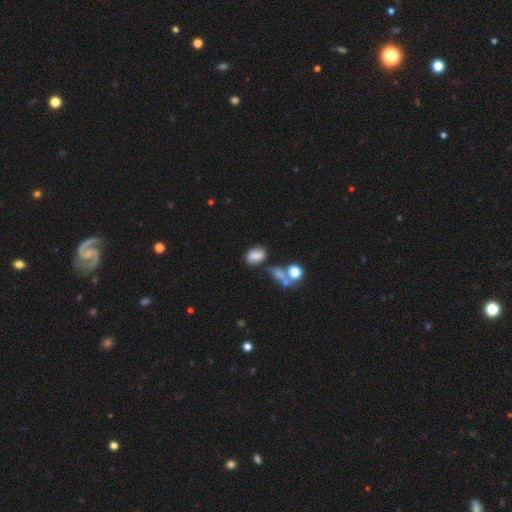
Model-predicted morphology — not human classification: Smooth or featured? Predicted: smooth (p=0.74). How rounded? Predicted: in between (p=0.78). Merging? Predicted: none (p=0.57).